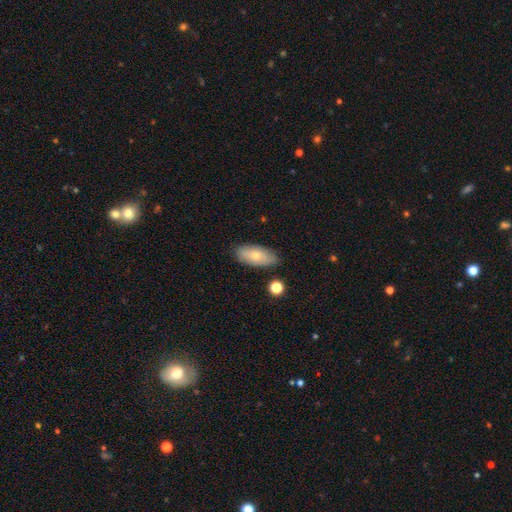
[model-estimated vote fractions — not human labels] Q: Smooth or featured?
A: smooth (69%); runner-up: featured or disk (24%)
Q: How rounded?
A: in between (86%); runner-up: cigar-shaped (10%)
Q: Merging?
A: none (80%); runner-up: minor disturbance (15%)